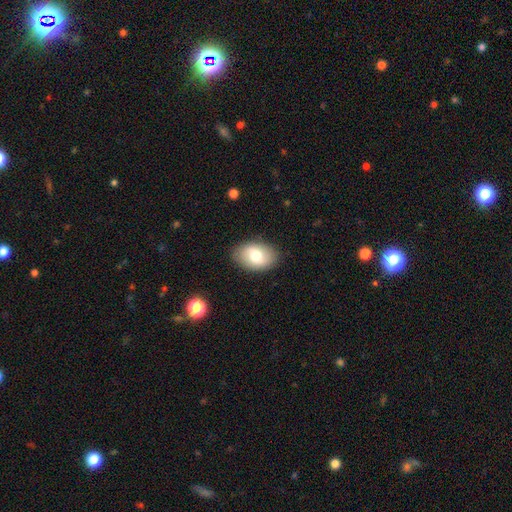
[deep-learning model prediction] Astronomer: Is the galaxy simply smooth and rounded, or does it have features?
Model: smooth — 71%.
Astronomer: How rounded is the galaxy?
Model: in between — 86%.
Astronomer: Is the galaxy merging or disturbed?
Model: none — 86%.